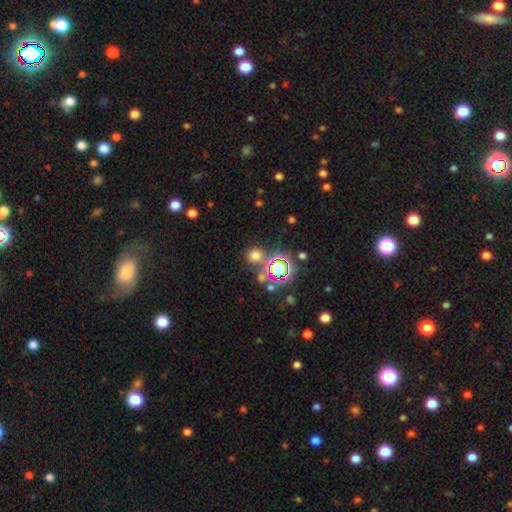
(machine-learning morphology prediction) smooth-or-featured: smooth: 64% | star or artifact: 29% | featured or disk: 7%
  how-rounded: round: 84% | in between: 15% | cigar-shaped: 1%
  merging: none: 74% | merger: 12% | minor disturbance: 9% | major disturbance: 4%